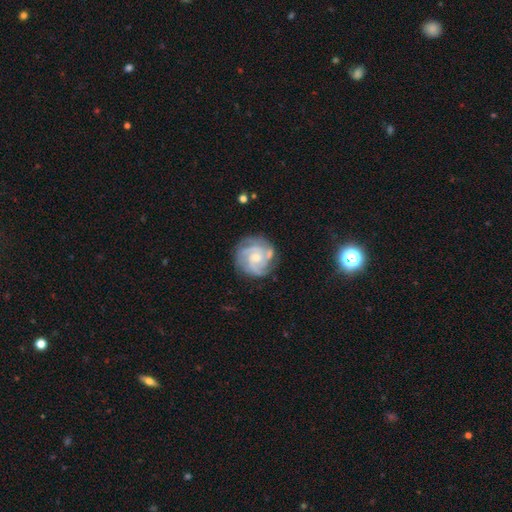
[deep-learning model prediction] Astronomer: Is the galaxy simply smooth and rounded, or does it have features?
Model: featured or disk — 83%.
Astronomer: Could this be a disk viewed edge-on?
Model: no — 98%.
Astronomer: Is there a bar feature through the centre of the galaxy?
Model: no — 69%.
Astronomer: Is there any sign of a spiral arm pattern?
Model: yes — 96%.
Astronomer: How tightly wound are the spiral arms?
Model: tight — 64%.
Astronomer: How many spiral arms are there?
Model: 3 — 36% (runner-up: 4, 21%).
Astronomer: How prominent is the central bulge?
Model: small — 47% (runner-up: moderate, 44%).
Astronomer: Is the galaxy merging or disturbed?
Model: none — 76%.